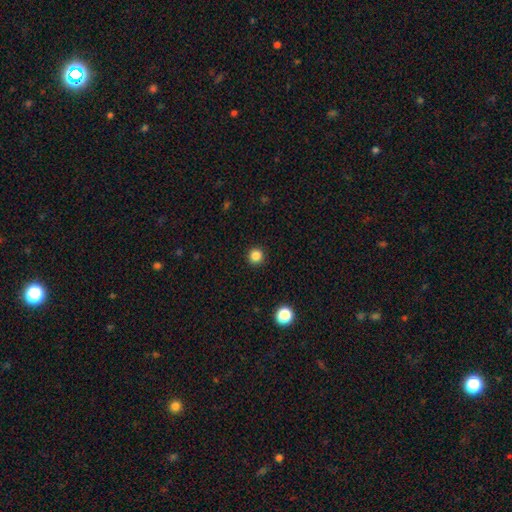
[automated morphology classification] A smooth galaxy with no disk features (85%) that is round (96%). Merging: none (93%).